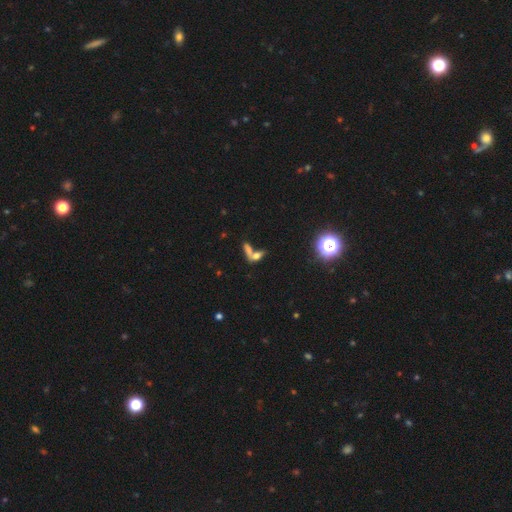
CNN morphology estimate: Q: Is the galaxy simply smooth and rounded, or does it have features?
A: smooth — 41%.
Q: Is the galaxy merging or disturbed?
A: merger — 43%.